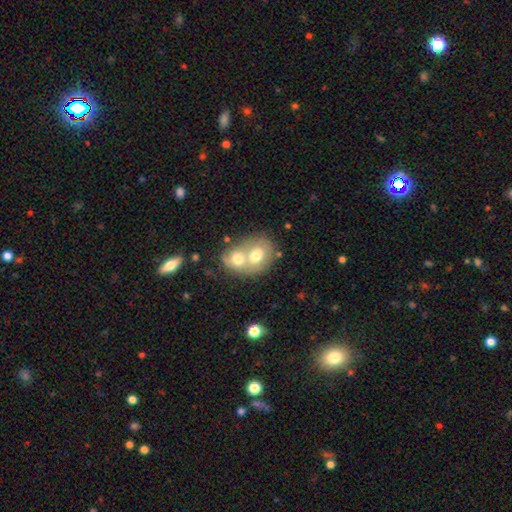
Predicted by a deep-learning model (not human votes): Smooth or featured?
  - smooth: 65% *
  - featured or disk: 27%
  - star or artifact: 8%
How rounded?
  - round: 53% *
  - in between: 46%
  - cigar-shaped: 1%
Merging?
  - merger: 71% *
  - none: 20%
  - minor disturbance: 6%
  - major disturbance: 3%